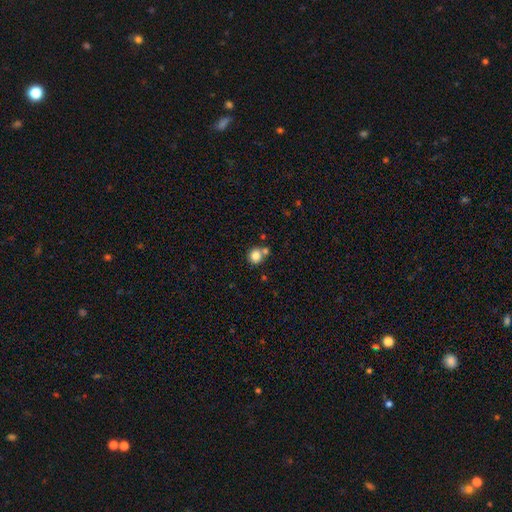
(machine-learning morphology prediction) Overall: smooth (83%). How rounded: round (89%). Merging: none (63%; merger 25%).